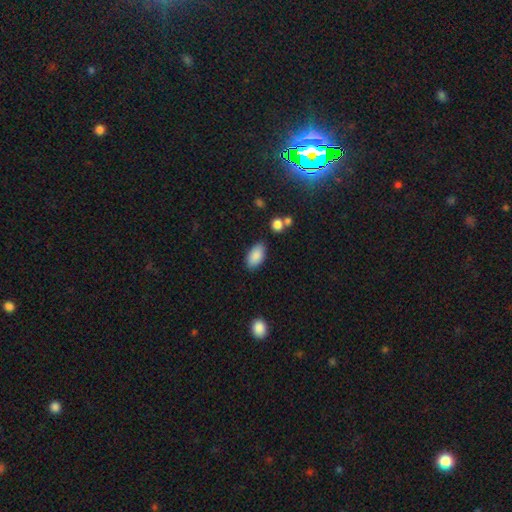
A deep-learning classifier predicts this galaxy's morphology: smooth 88%, star or artifact 7%, featured or disk 5%. Down the decision tree: how rounded — in between (93%); merging — none (82%).